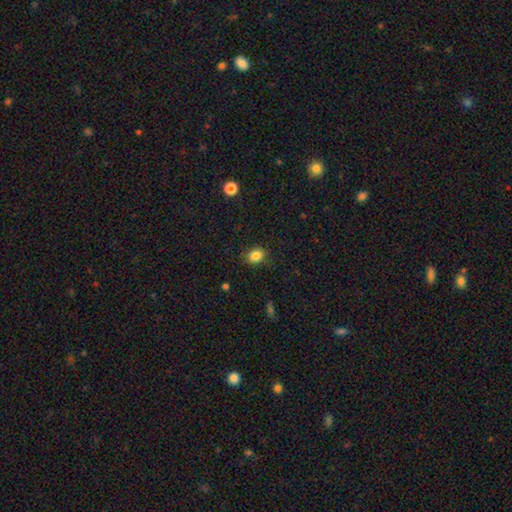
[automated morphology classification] smooth-or-featured: smooth: 84% | star or artifact: 10% | featured or disk: 5%
  how-rounded: in between: 59% | round: 39% | cigar-shaped: 1%
  merging: none: 84% | minor disturbance: 12% | major disturbance: 3% | merger: 1%